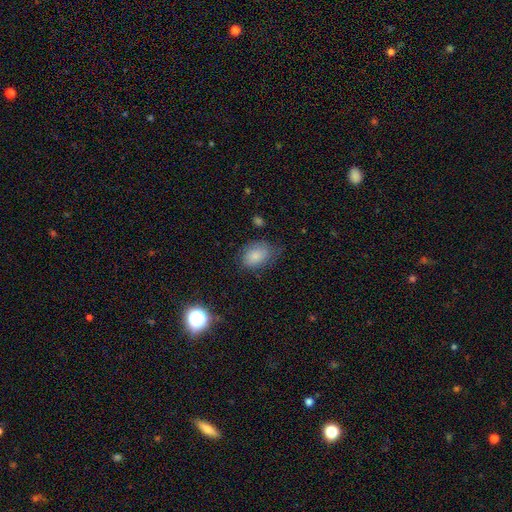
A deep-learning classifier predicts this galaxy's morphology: A smooth galaxy with no disk features (81%) that is in between round and cigar-shaped (79%). Merging: none (59%).